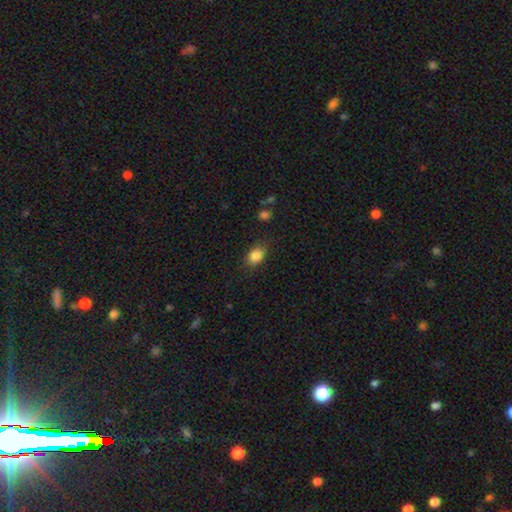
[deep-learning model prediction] Smooth or featured?
  - smooth: 86% *
  - star or artifact: 9%
  - featured or disk: 5%
How rounded?
  - in between: 73% *
  - round: 25%
  - cigar-shaped: 1%
Merging?
  - none: 80% *
  - minor disturbance: 15%
  - major disturbance: 4%
  - merger: 1%